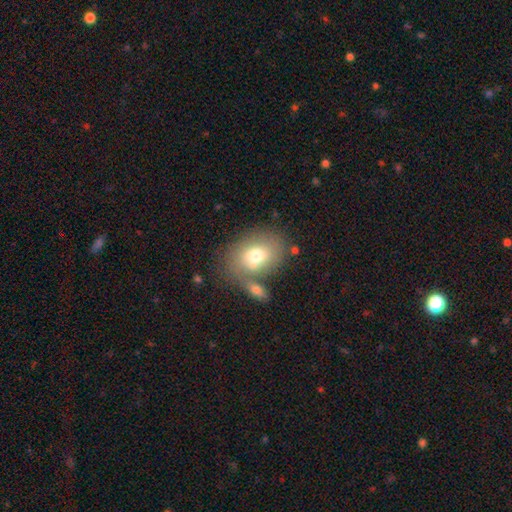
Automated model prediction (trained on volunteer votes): smooth_or_featured: smooth (p=0.67) [alt: featured or disk p=0.24]
how_rounded: in between (p=0.63) [alt: round p=0.36]
merging: none (p=0.53) [alt: merger p=0.26]